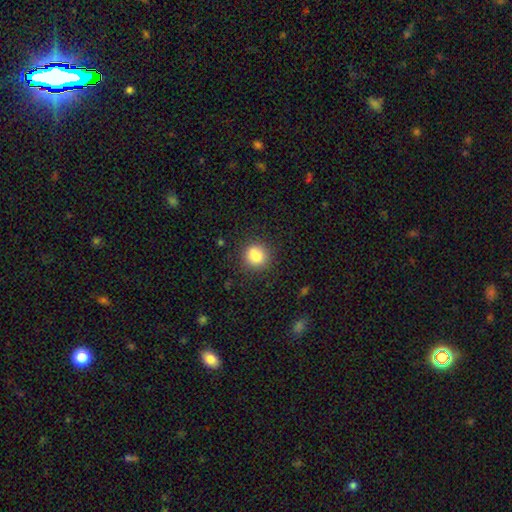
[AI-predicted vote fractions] Smooth or featured? smooth (84%)
How rounded? round (90%)
Merging? none (84%)